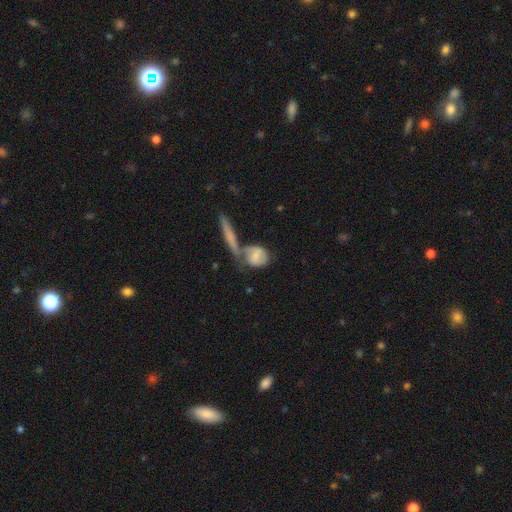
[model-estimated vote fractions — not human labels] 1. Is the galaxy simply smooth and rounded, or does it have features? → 58% smooth, 34% featured or disk, 7% star or artifact.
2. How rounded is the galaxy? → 48% round, 41% in between, 11% cigar-shaped.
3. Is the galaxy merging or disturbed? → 41% merger, 35% none, 14% minor disturbance, 9% major disturbance.